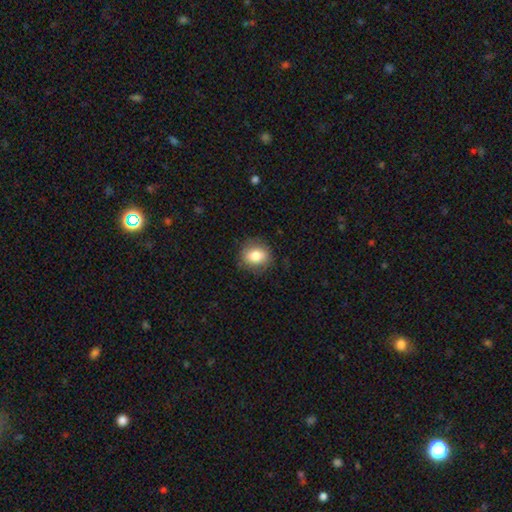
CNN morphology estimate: Smooth or featured?
  - smooth: 81% *
  - featured or disk: 10%
  - star or artifact: 9%
How rounded?
  - round: 68% *
  - in between: 31%
  - cigar-shaped: 1%
Merging?
  - none: 84% *
  - minor disturbance: 11%
  - major disturbance: 3%
  - merger: 1%